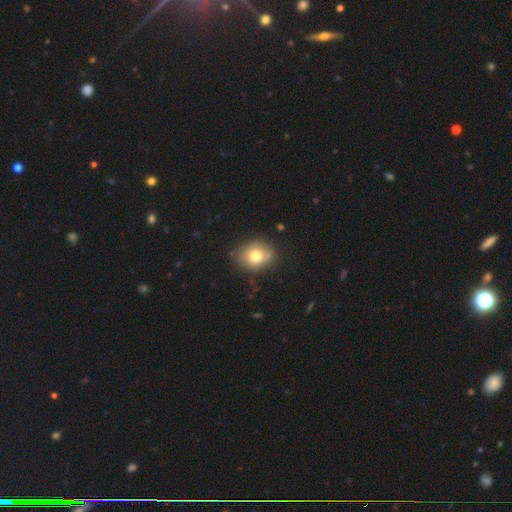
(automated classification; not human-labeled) Overall: smooth (74%). How rounded: round (57%; in between 42%). Merging: none (77%).